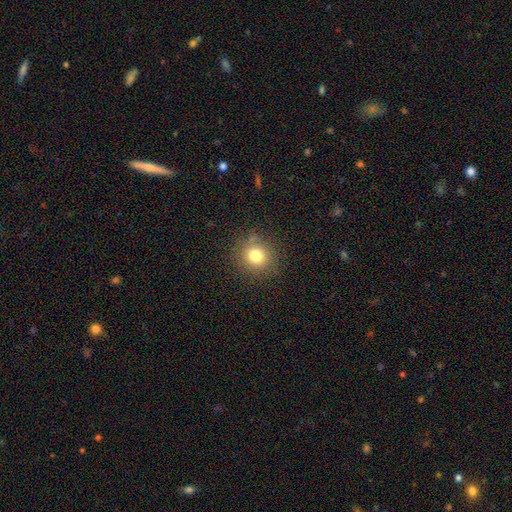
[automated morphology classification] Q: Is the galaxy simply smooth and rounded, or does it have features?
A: smooth — 78%.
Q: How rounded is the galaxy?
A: round — 88%.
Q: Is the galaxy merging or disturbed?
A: none — 84%.